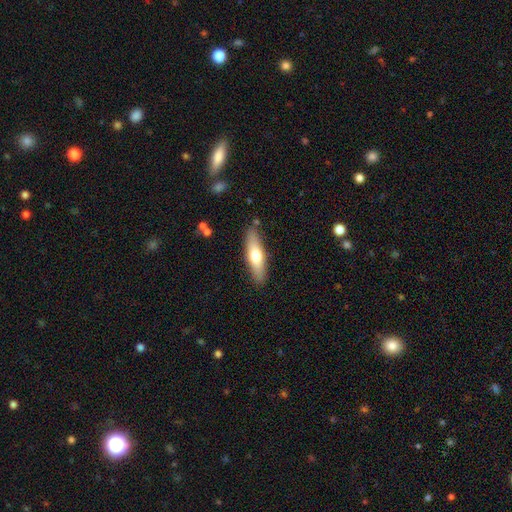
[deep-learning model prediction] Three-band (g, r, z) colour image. It shows a smooth galaxy with no disk features (58%) that is cigar-shaped (66%). Merging: none (86%).